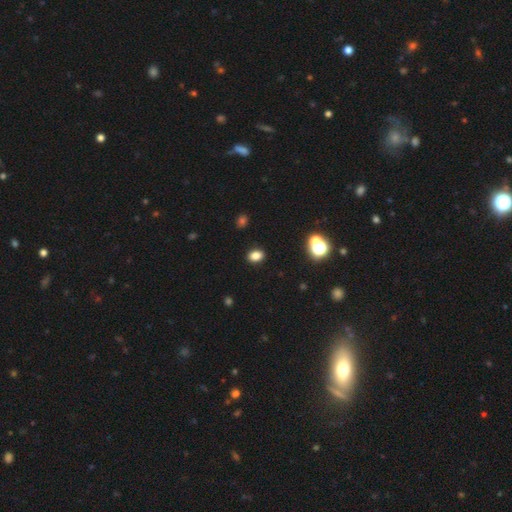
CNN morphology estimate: type=smooth (81%); roundness=in between (71%); merging=none (89%).